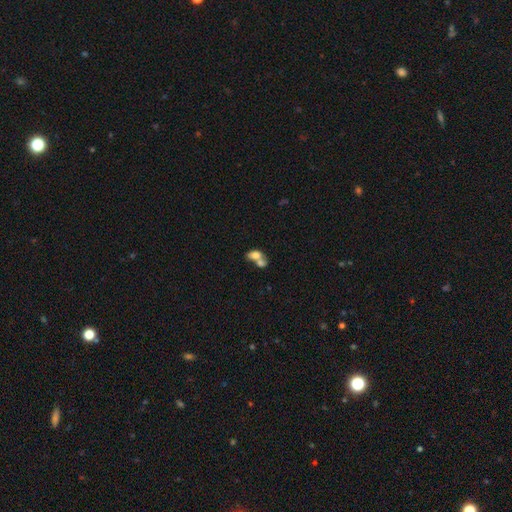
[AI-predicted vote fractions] Morphology: type=smooth (70%); roundness=in between (80%); merging=merger (70%).